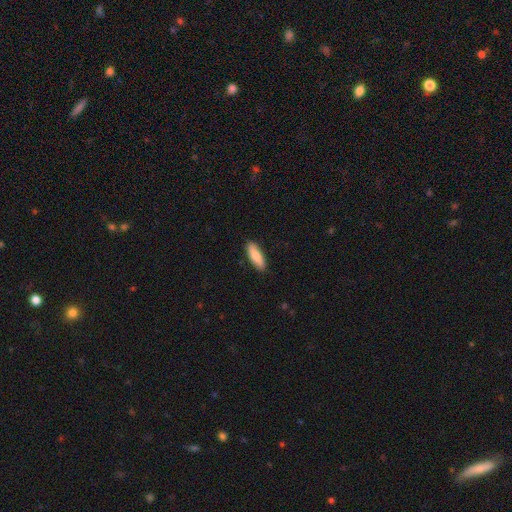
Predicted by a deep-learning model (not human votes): smooth_or_featured: smooth (p=0.83) [alt: featured or disk p=0.12]
how_rounded: in between (p=0.54) [alt: cigar-shaped p=0.44]
merging: none (p=0.89) [alt: minor disturbance p=0.09]